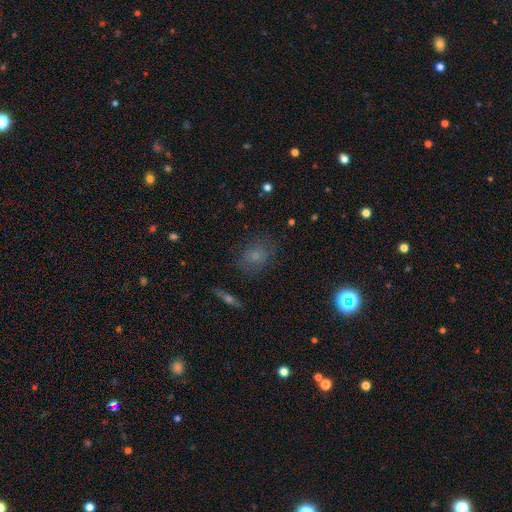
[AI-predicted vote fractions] The model was most divided on "how rounded": round: 57%, in between: 42%, cigar-shaped: 2%. More confident: merging — none (74%); smooth or featured — smooth (61%).